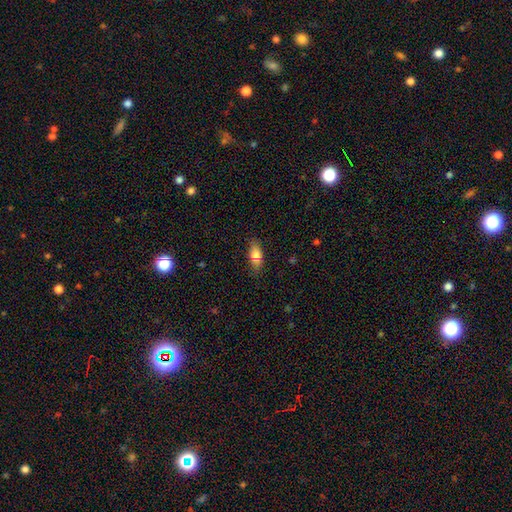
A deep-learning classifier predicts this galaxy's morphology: This appears to be a smooth galaxy with no disk features (76%) that is in between round and cigar-shaped (76%). Merging: none (81%).